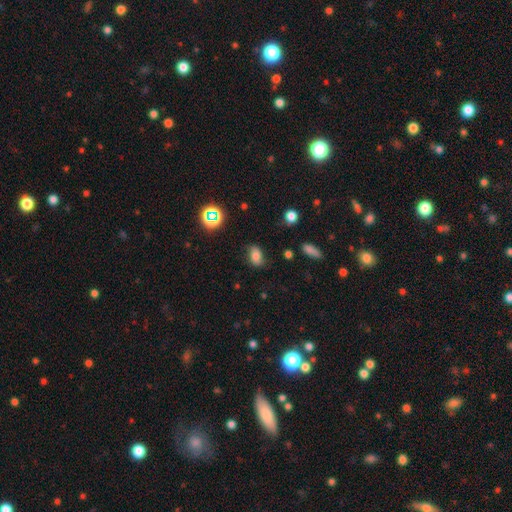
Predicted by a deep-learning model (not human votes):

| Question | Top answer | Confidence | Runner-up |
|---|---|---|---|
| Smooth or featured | smooth | 74% | star or artifact (15%) |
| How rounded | in between | 83% | round (15%) |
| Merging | none | 75% | minor disturbance (18%) |